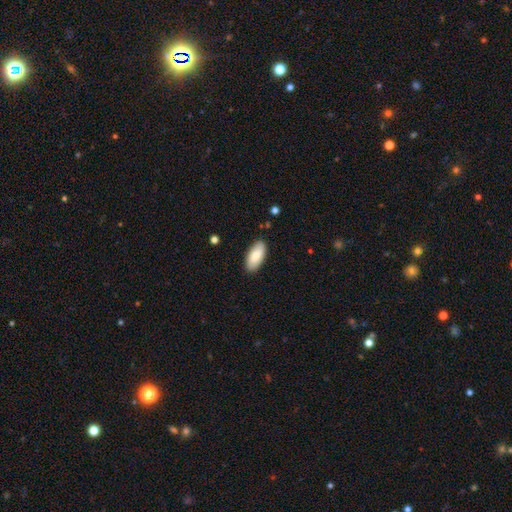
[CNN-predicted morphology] A smooth galaxy with no disk features (81%) that is in between round and cigar-shaped (90%). Merging: none (88%).